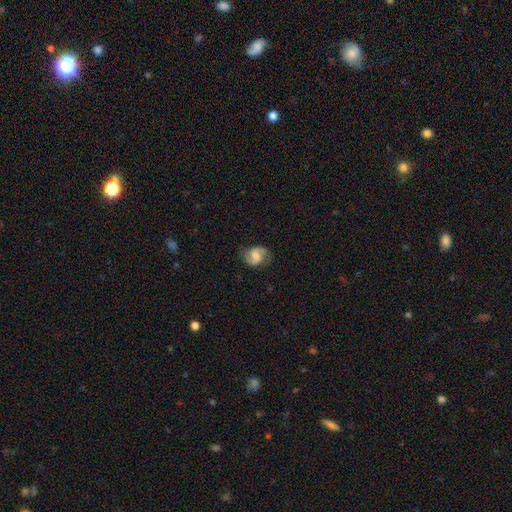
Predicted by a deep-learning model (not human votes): Smooth or featured: featured or disk — 65% (smooth — 27%)
Edge-on disk: no — 98% (yes — 2%)
Bar: weak — 48% (no — 31%)
Spiral arms: yes — 92% (no — 8%)
Spiral winding: medium — 46% (loose — 37%)
Spiral arm count: 2 — 89% (can't tell — 5%)
Bulge size: none — 34% (moderate — 26%)
Merging: none — 75% (minor disturbance — 17%)